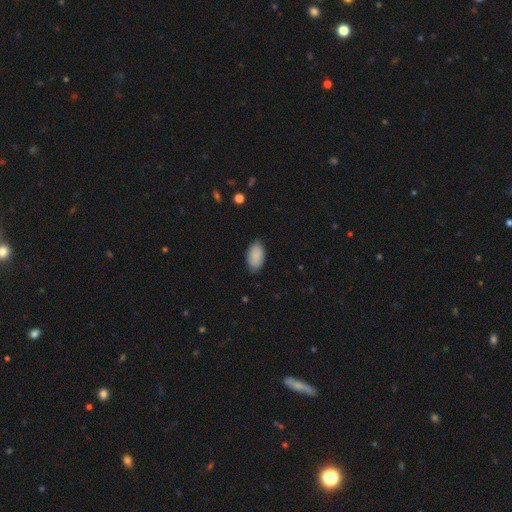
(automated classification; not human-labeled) Smooth or featured: smooth — 89% (star or artifact — 6%)
How rounded: in between — 95% (round — 3%)
Merging: none — 79% (minor disturbance — 17%)